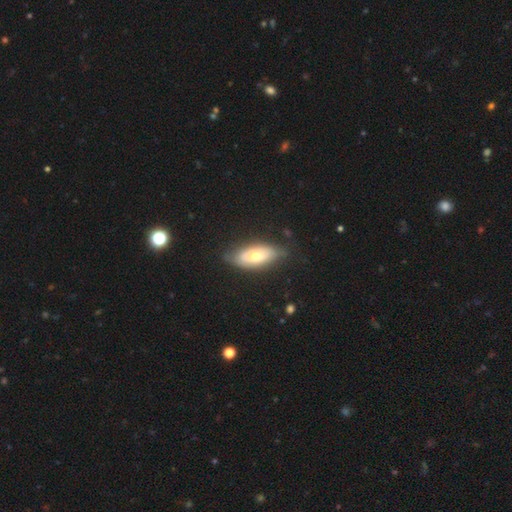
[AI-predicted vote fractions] This is possibly a smooth galaxy (48%). Merging: likely none (70%).